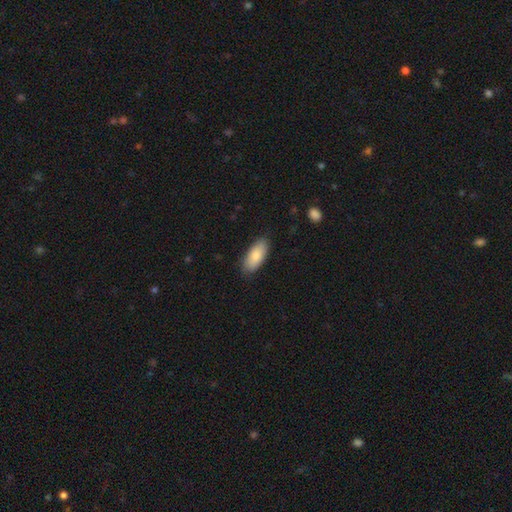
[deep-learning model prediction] This appears to be a smooth galaxy with no disk features (82%) that is in between round and cigar-shaped (88%). Merging: none (84%).